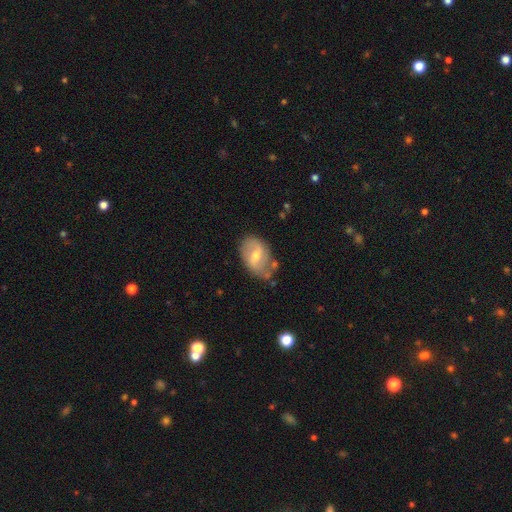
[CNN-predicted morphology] Overall: featured or disk (57%; smooth 35%). Edge-on disk: no (94%). Bar: weak (54%; strong 25%). Spiral arms: yes (68%; no 32%). Bulge size: moderate (55%; small 40%). Merging: none (61%; minor disturbance 27%).